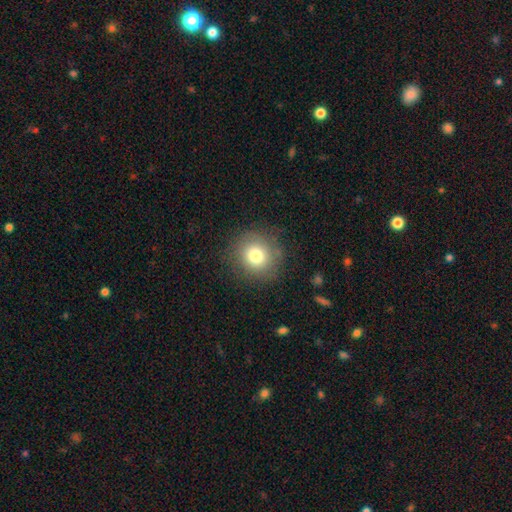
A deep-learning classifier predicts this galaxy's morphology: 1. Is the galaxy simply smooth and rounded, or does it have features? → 77% smooth, 12% star or artifact, 11% featured or disk.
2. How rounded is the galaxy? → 90% round, 9% in between, 1% cigar-shaped.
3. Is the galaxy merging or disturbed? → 85% none, 10% minor disturbance, 4% major disturbance, 1% merger.